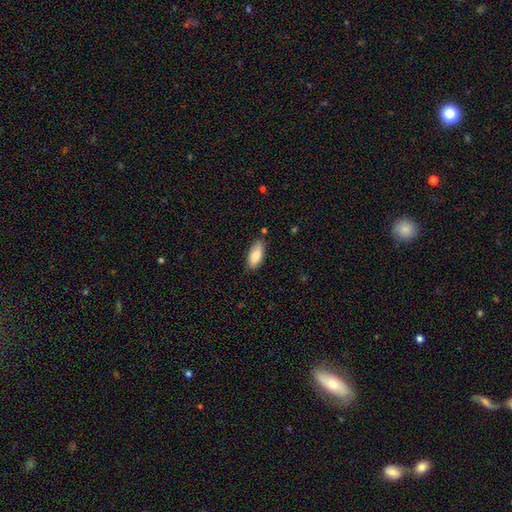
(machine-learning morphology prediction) type=smooth (81%); roundness=in between (85%); merging=none (76%).